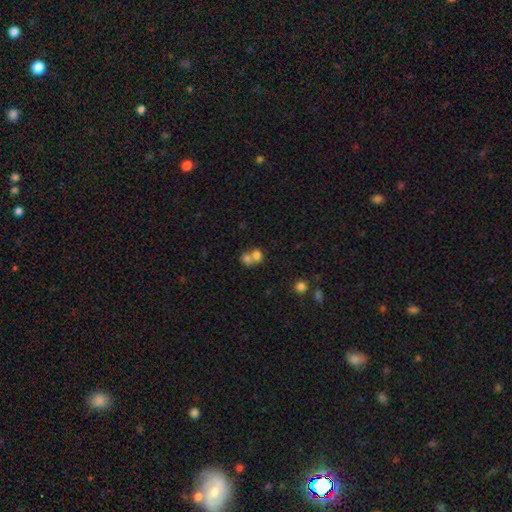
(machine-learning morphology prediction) Smooth or featured: smooth — 74% (featured or disk — 15%)
How rounded: round — 72% (in between — 27%)
Merging: merger — 66% (none — 26%)